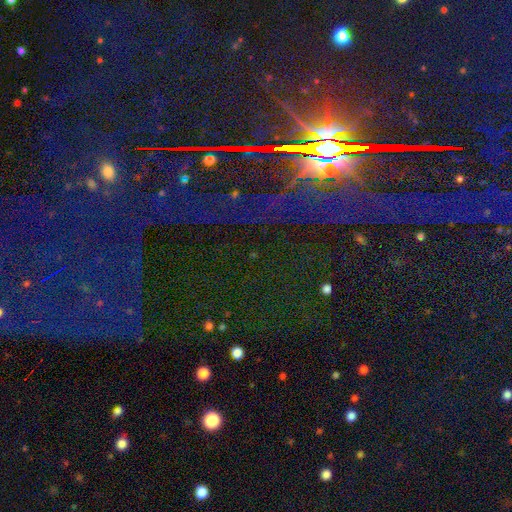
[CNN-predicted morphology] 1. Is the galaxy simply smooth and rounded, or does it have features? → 86% star or artifact, 8% featured or disk, 6% smooth.